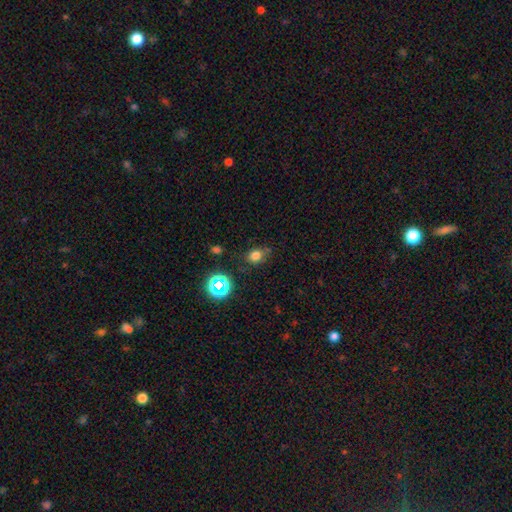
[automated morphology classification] smooth_or_featured: smooth (p=0.75) [alt: star or artifact p=0.18]
how_rounded: round (p=0.57) [alt: in between p=0.41]
merging: none (p=0.68) [alt: minor disturbance p=0.21]